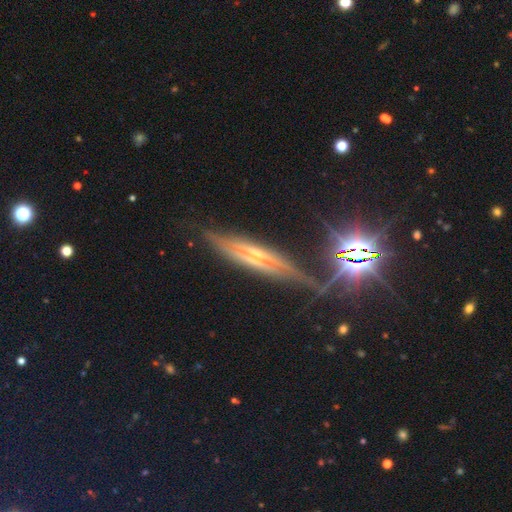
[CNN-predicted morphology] Smooth or featured? featured or disk (70%)
Edge-on disk? yes (77%)
Edge-on bulge? rounded (57%)
Merging? none (68%)